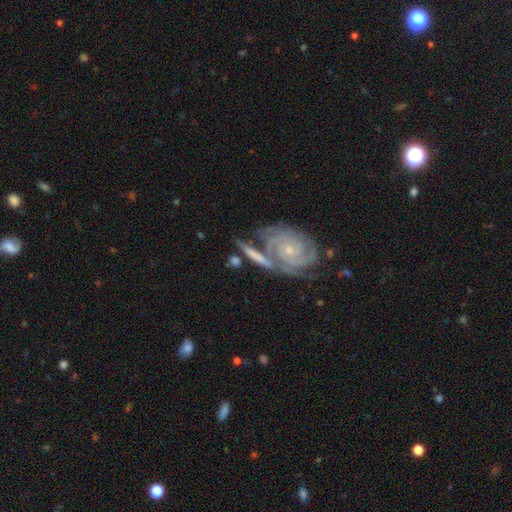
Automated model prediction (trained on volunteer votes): Overall: featured or disk (67%). Edge-on disk: no (79%). Bar: no (65%). Spiral arms: yes (90%). Bulge size: small (61%; moderate 26%). Merging: none (51%; merger 27%).